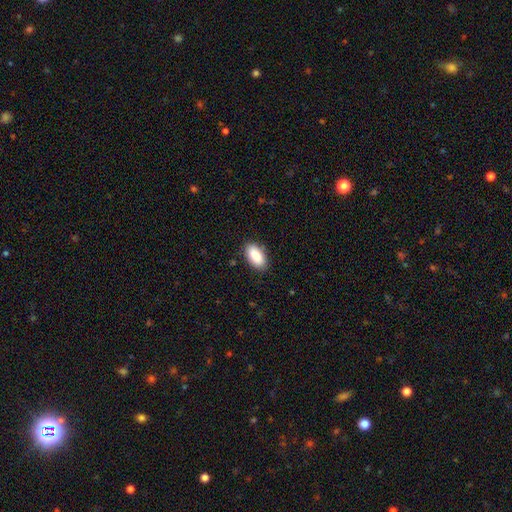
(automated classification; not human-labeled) This is clearly a smooth galaxy (89%). How rounded: clearly in between (93%). Merging: clearly none (87%).